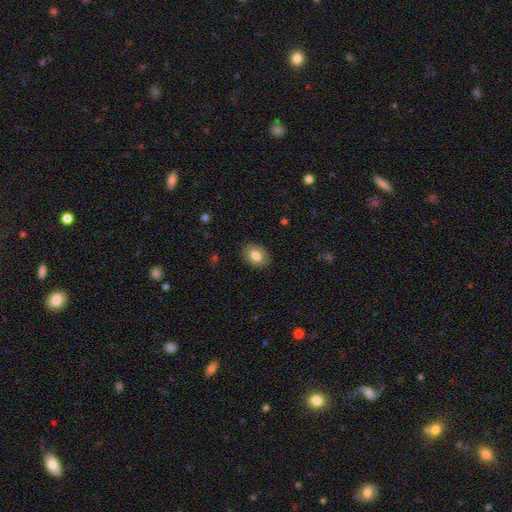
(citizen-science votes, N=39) Smooth or featured: smooth — 90% (featured or disk — 5%)
How rounded: in between — 71% (round — 26%)
Merging: none — 89% (major disturbance — 5%)